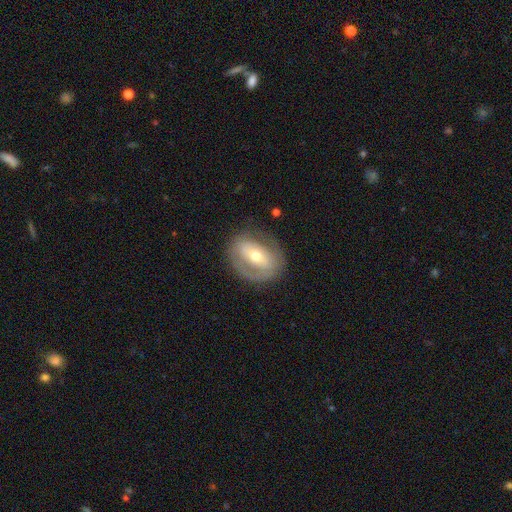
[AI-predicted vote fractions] Smooth or featured? featured or disk (61%)
Edge-on disk? no (92%)
Bar? no (35%)
Spiral arms? no (57%)
Bulge size? moderate (60%)
Merging? none (72%)